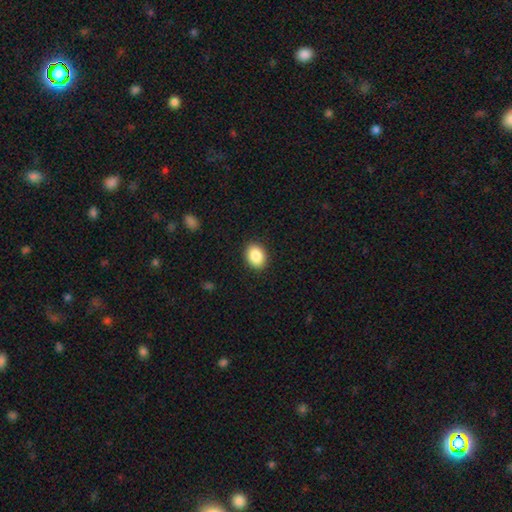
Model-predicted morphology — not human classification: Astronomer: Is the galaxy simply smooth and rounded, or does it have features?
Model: smooth — 88%.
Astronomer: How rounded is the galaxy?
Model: in between — 67%.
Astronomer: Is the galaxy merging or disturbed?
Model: none — 90%.